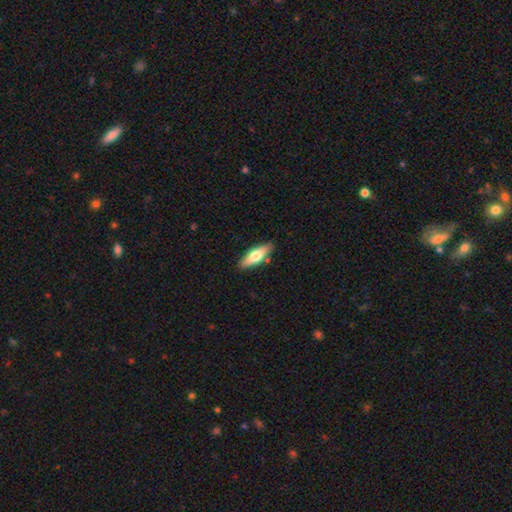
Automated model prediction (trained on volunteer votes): This is likely a smooth galaxy (62%). How rounded: possibly in between (53%). Merging: clearly none (85%).